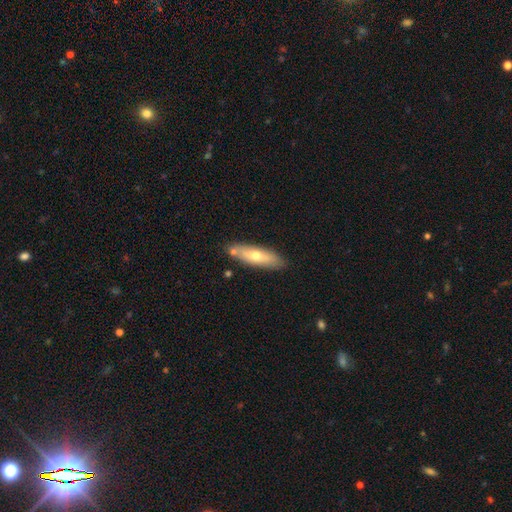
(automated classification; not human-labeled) Morphology: type=smooth (59%); roundness=cigar-shaped (52%); merging=none (78%).